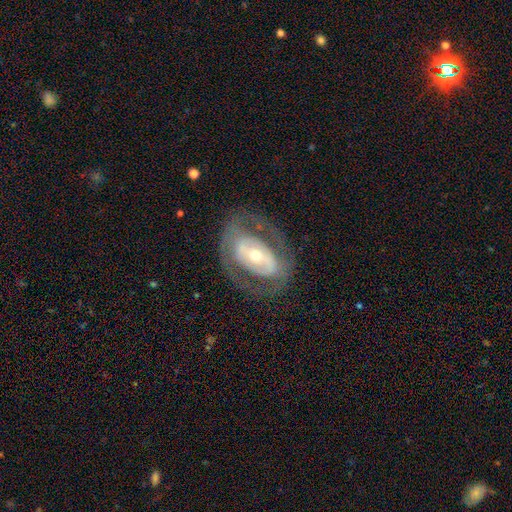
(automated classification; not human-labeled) The model was most divided on "bar": no: 41%, strong: 31%, weak: 29%. More confident: edge-on disk — no (93%); smooth or featured — featured or disk (72%); merging — none (69%); spiral arms — no (60%); bulge size — moderate (55%).